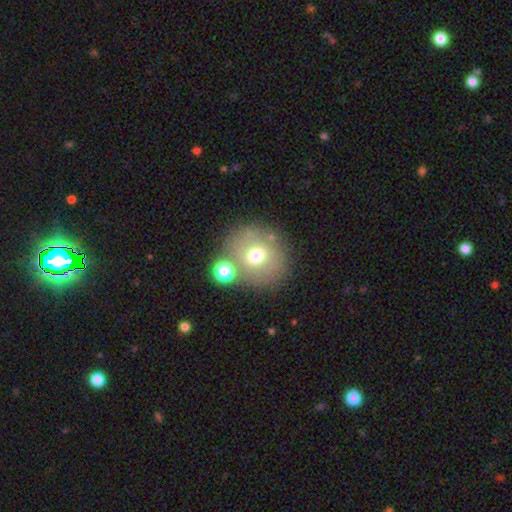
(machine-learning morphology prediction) Smooth or featured? Predicted: smooth (p=0.64). How rounded? Predicted: round (p=0.82). Merging? Predicted: none (p=0.68).